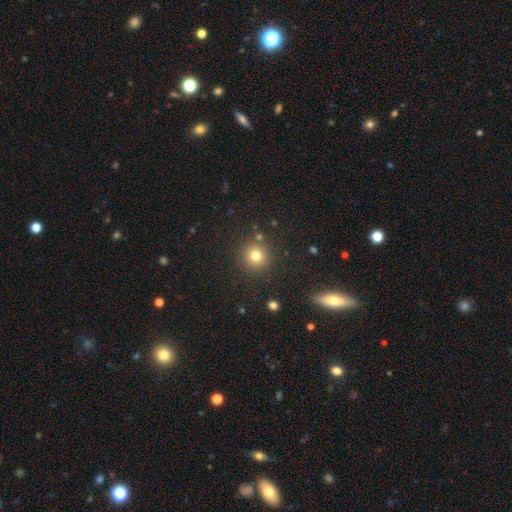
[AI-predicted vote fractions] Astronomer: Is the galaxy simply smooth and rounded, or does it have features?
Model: smooth — 78%.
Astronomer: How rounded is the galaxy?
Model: round — 93%.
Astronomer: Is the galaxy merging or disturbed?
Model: none — 85%.